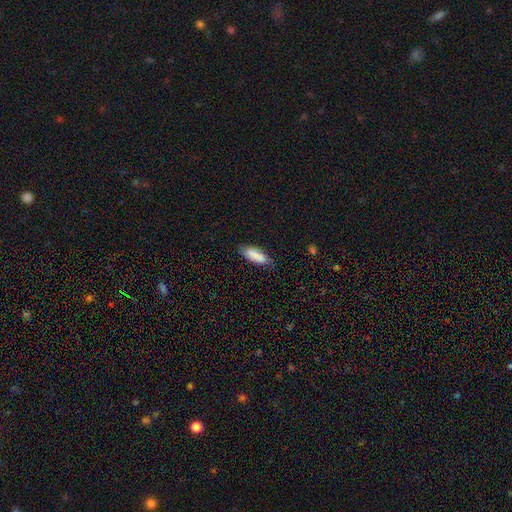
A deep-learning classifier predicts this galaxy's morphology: smooth 86%, featured or disk 8%, star or artifact 6%. Down the decision tree: how rounded — in between (68%); merging — none (74%).